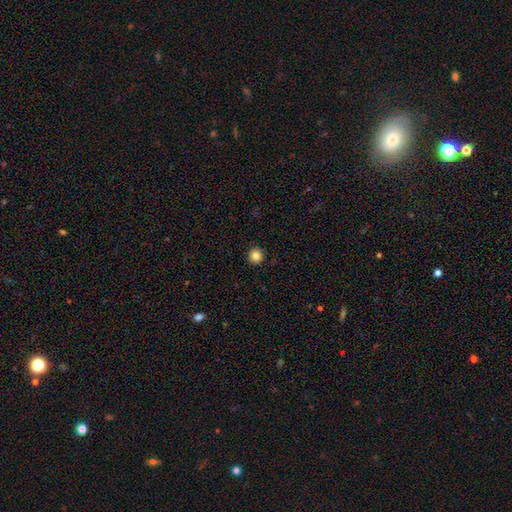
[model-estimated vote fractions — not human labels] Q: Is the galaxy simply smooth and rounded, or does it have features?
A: smooth — 84%.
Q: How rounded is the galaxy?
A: round — 95%.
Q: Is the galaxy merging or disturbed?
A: none — 93%.